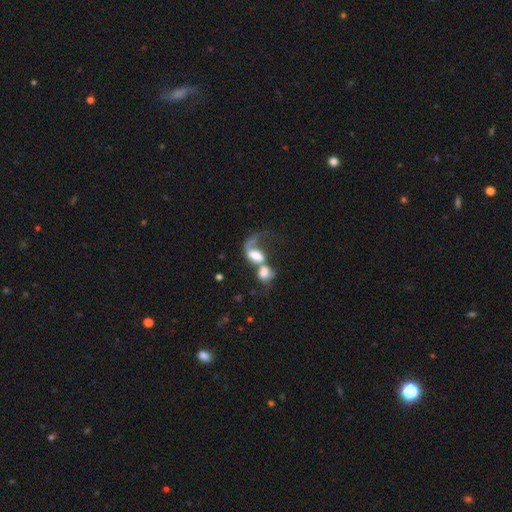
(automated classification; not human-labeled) Overall: featured or disk (46%; smooth 45%). Merging: merger (74%).